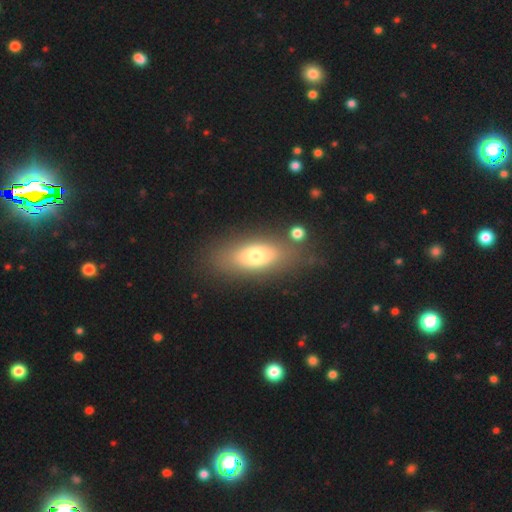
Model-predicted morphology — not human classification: The model was most divided on "smooth or featured": smooth: 65%, featured or disk: 26%, star or artifact: 8%. More confident: how rounded — in between (78%); merging — none (77%).